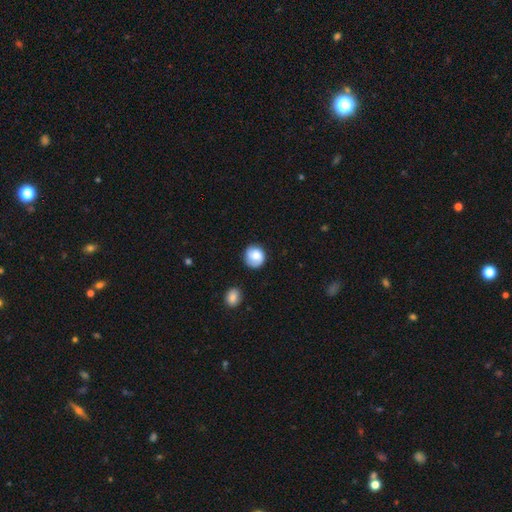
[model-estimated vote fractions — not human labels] smooth 70%, featured or disk 22%, star or artifact 8%. Down the decision tree: how rounded — round (86%); merging — none (75%).